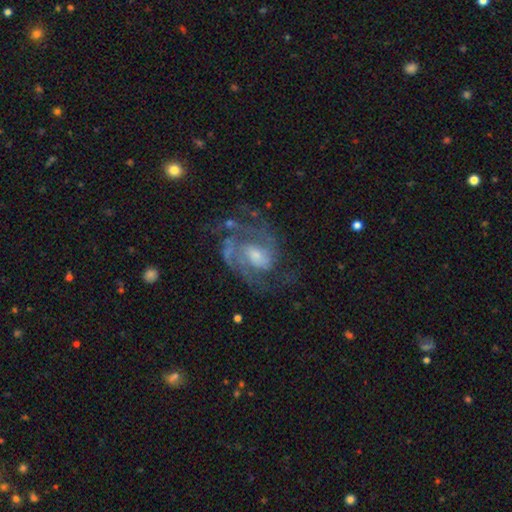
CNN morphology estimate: Smooth or featured? Predicted: featured or disk (p=0.86). Edge-on disk? Predicted: no (p=0.98). Bar? Predicted: no (p=0.48). Spiral arms? Predicted: yes (p=0.94). Spiral winding? Predicted: medium (p=0.52). Spiral arm count? Predicted: 2 (p=0.52). Bulge size? Predicted: moderate (p=0.44). Merging? Predicted: none (p=0.57).